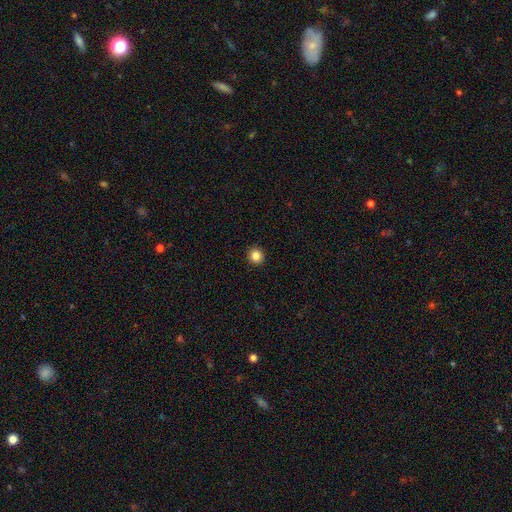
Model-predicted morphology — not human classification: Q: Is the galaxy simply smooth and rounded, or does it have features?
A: smooth — 85%.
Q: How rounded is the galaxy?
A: round — 93%.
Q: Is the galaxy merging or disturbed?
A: none — 93%.